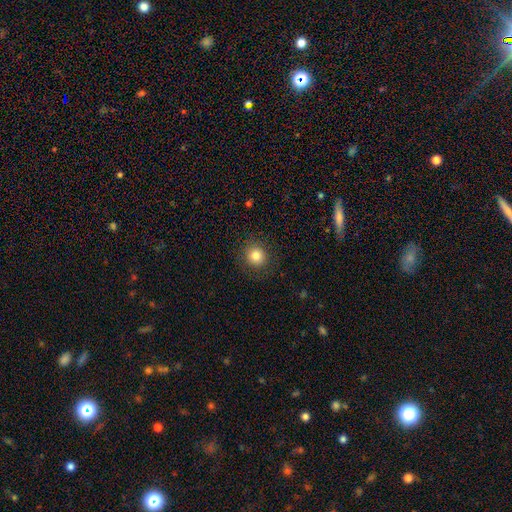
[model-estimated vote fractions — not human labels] A smooth galaxy with no disk features (82%) that is round (89%).

Vote fractions:
- Smooth or featured? smooth: 82% / star or artifact: 11% / featured or disk: 6%
- How rounded? round: 89% / in between: 10% / cigar-shaped: 1%
- Merging? none: 89% / minor disturbance: 7% / major disturbance: 3% / merger: 1%